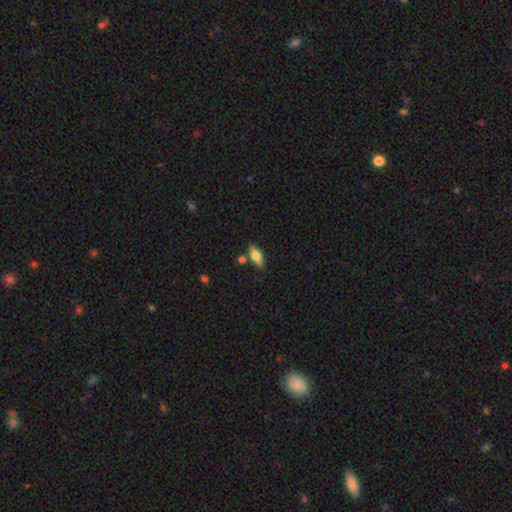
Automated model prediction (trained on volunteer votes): Smooth or featured?
  - smooth: 54% *
  - featured or disk: 39%
  - star or artifact: 7%
How rounded?
  - in between: 64% *
  - cigar-shaped: 33%
  - round: 4%
Merging?
  - none: 77% *
  - minor disturbance: 13%
  - merger: 7%
  - major disturbance: 3%